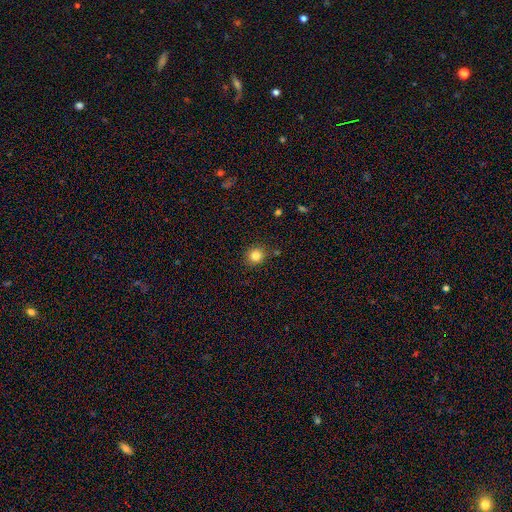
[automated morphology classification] type=smooth (82%); roundness=round (87%); merging=none (87%).